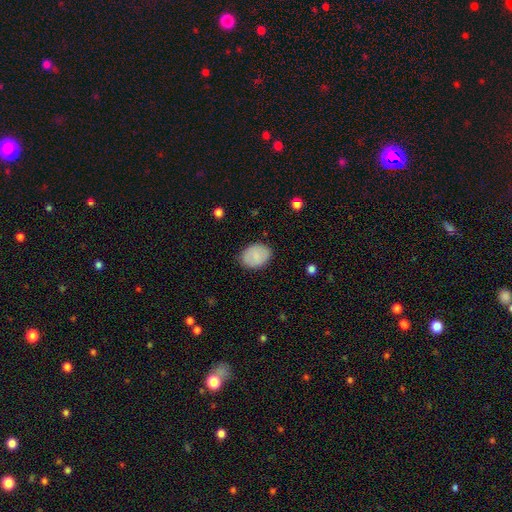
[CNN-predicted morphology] Smooth or featured? smooth (81%)
How rounded? in between (74%)
Merging? none (83%)